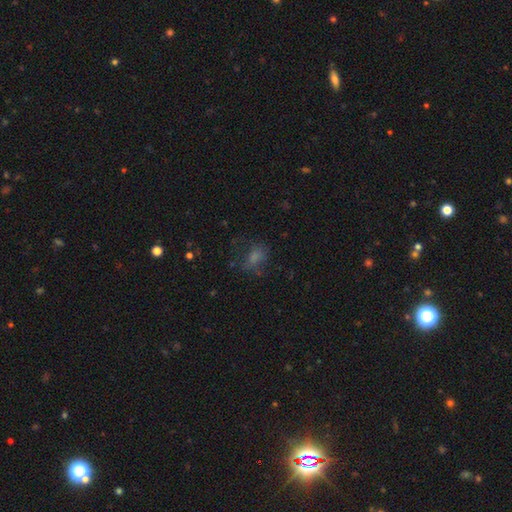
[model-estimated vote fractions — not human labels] smooth-or-featured: smooth: 54% | star or artifact: 27% | featured or disk: 18%
  how-rounded: in between: 61% | round: 36% | cigar-shaped: 3%
  merging: none: 59% | minor disturbance: 20% | major disturbance: 19% | merger: 2%